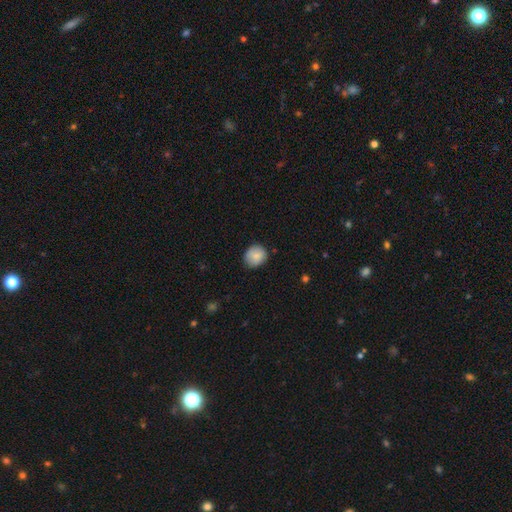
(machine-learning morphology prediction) smooth_or_featured: smooth (p=0.84) [alt: featured or disk p=0.08]
how_rounded: round (p=0.76) [alt: in between p=0.23]
merging: none (p=0.78) [alt: minor disturbance p=0.18]